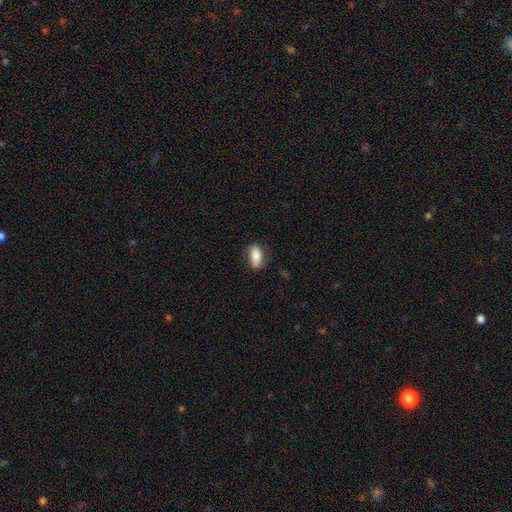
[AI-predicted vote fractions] Smooth or featured?
  - smooth: 80% *
  - featured or disk: 13%
  - star or artifact: 7%
How rounded?
  - in between: 83% *
  - cigar-shaped: 13%
  - round: 5%
Merging?
  - none: 73% *
  - minor disturbance: 20%
  - major disturbance: 6%
  - merger: 1%